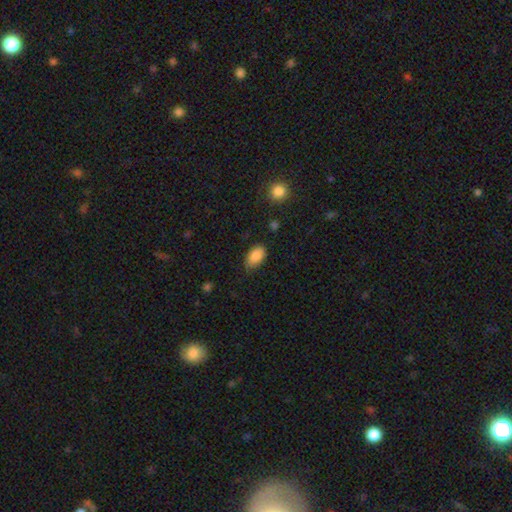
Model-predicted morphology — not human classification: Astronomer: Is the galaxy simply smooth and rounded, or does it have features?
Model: smooth — 87%.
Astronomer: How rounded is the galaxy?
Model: in between — 92%.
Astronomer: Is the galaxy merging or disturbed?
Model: none — 74%.